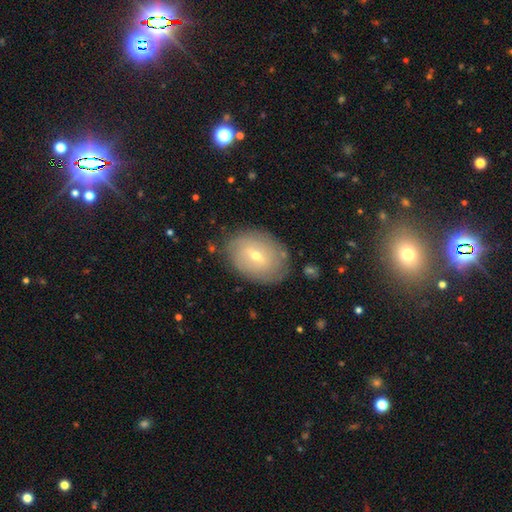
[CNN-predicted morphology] A featured or disk galaxy (52%). Merging: none (80%).